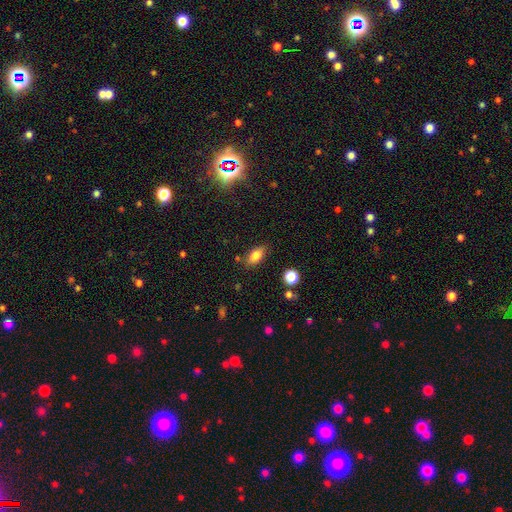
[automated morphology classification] Smooth or featured: smooth — 77% (featured or disk — 13%)
How rounded: in between — 84% (cigar-shaped — 10%)
Merging: none — 81% (minor disturbance — 13%)